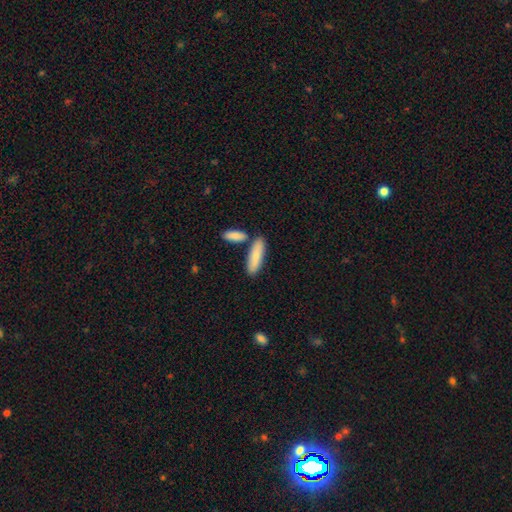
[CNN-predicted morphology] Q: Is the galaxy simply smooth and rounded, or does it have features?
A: smooth — 82%.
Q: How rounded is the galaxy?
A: in between — 50%.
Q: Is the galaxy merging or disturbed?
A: none — 70%.